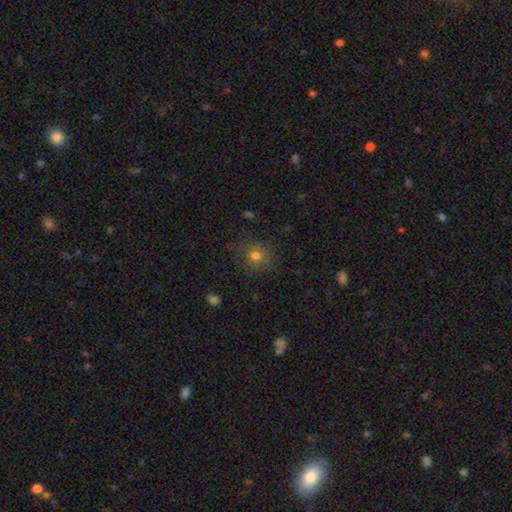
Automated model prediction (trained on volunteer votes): This appears to be a smooth galaxy with no disk features (76%) that is round (85%). Merging: none (79%).